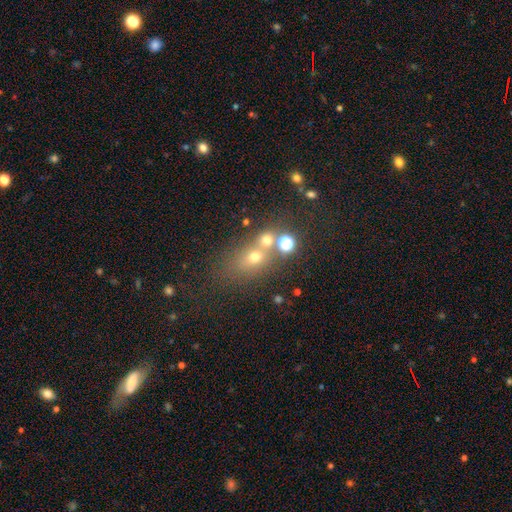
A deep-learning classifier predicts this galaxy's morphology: This appears to be a smooth galaxy with no disk features (54%) that is round (48%). Merging: none (46%).